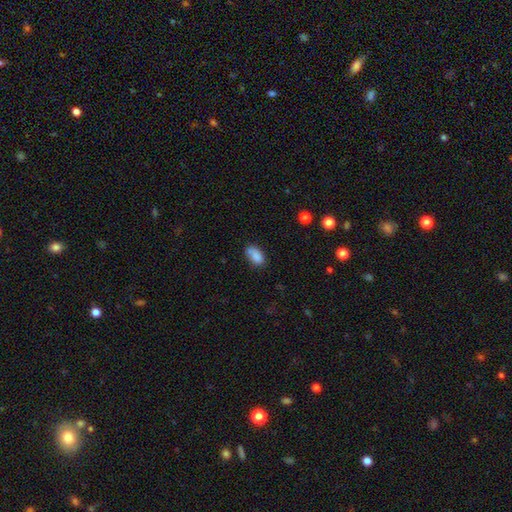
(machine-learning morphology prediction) A smooth galaxy with no disk features (83%) that is in between round and cigar-shaped (90%).

Vote fractions:
- Smooth or featured? smooth: 83% / star or artifact: 9% / featured or disk: 8%
- How rounded? in between: 90% / round: 7% / cigar-shaped: 3%
- Merging? none: 59% / minor disturbance: 24% / merger: 10% / major disturbance: 7%